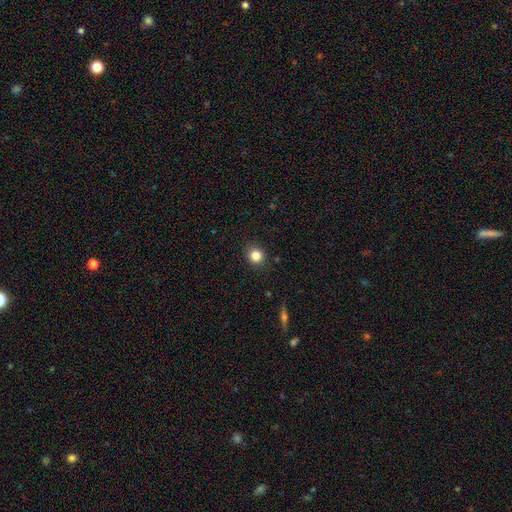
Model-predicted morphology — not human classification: smooth-or-featured: smooth: 82% | star or artifact: 12% | featured or disk: 6%
  how-rounded: round: 86% | in between: 13% | cigar-shaped: 1%
  merging: none: 88% | minor disturbance: 9% | major disturbance: 2% | merger: 1%